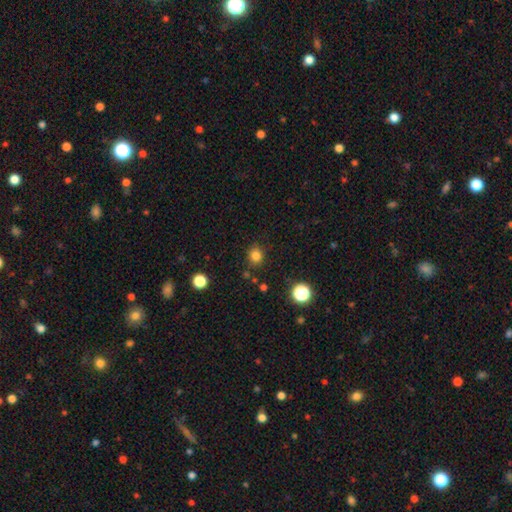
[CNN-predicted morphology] Q: Smooth or featured?
A: smooth (81%); runner-up: star or artifact (14%)
Q: How rounded?
A: round (80%); runner-up: in between (19%)
Q: Merging?
A: none (83%); runner-up: minor disturbance (11%)